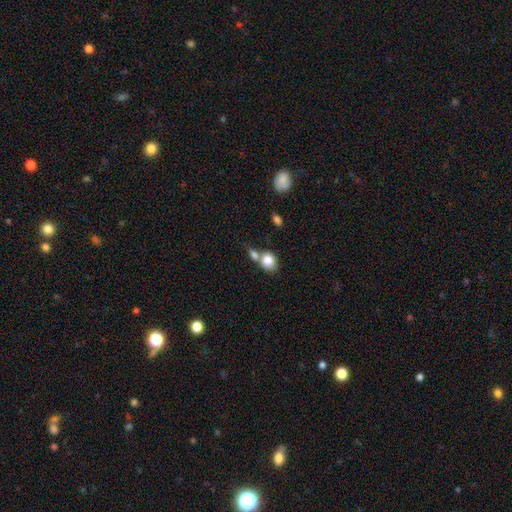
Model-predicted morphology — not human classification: Smooth or featured? smooth (78%)
How rounded? round (60%)
Merging? none (47%)